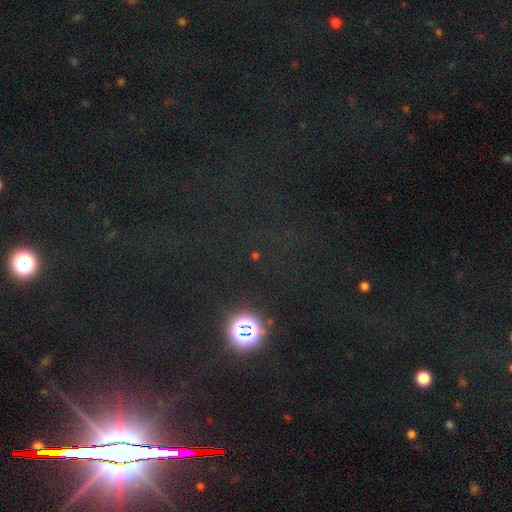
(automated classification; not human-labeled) This is likely a star or artifact rather than a galaxy (77%).